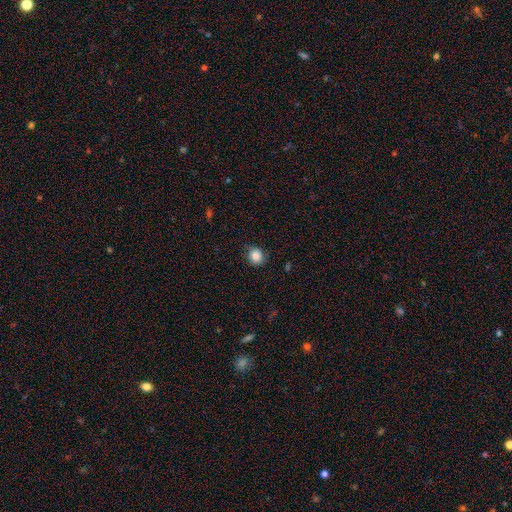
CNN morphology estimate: Smooth or featured: smooth — 86% (star or artifact — 10%)
How rounded: round — 85% (in between — 14%)
Merging: none — 79% (minor disturbance — 16%)